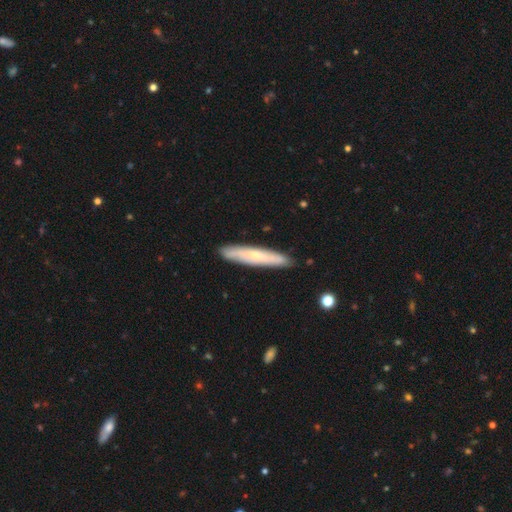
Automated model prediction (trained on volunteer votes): A smooth galaxy with no disk features (51%) that is cigar-shaped (90%).

Vote fractions:
- Smooth or featured? smooth: 51% / featured or disk: 43% / star or artifact: 6%
- How rounded? cigar-shaped: 90% / in between: 9% / round: 1%
- Merging? none: 88% / minor disturbance: 9% / major disturbance: 2% / merger: 1%